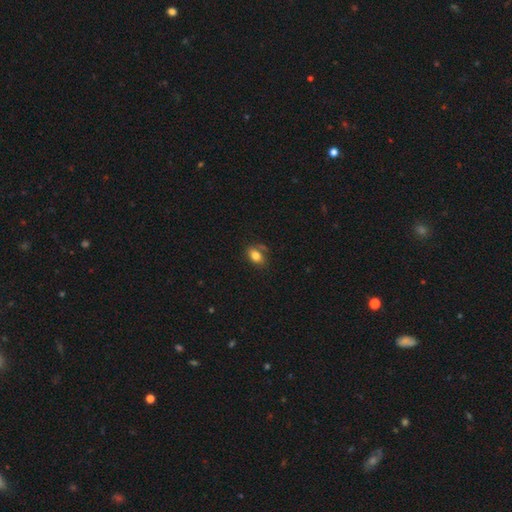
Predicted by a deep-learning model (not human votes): Smooth or featured?
  - smooth: 80% *
  - featured or disk: 10%
  - star or artifact: 10%
How rounded?
  - in between: 80% *
  - round: 18%
  - cigar-shaped: 2%
Merging?
  - none: 62% *
  - minor disturbance: 23%
  - major disturbance: 8%
  - merger: 8%